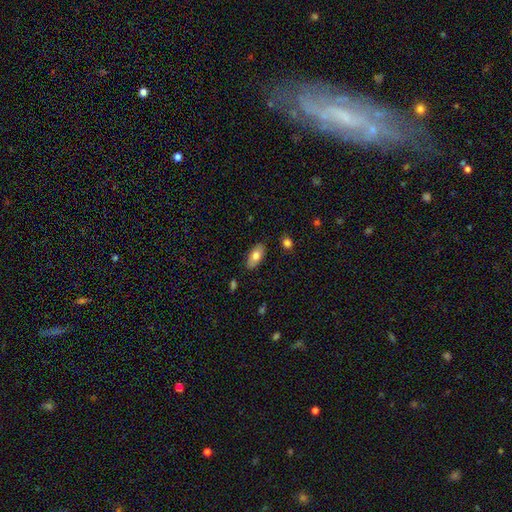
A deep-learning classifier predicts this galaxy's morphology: Smooth or featured: smooth — 74% (featured or disk — 19%)
How rounded: in between — 91% (cigar-shaped — 6%)
Merging: none — 86% (minor disturbance — 11%)